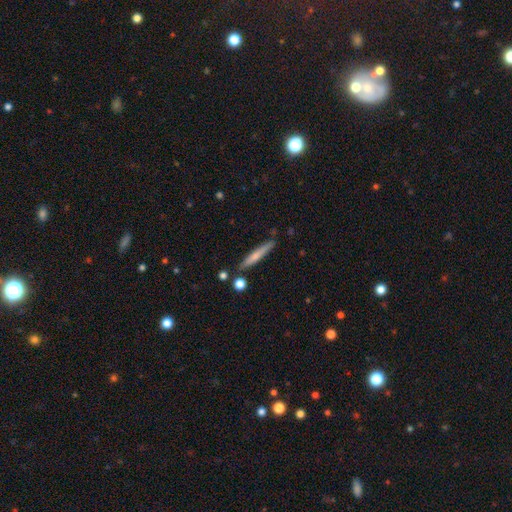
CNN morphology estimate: smooth 59%, featured or disk 35%, star or artifact 6%. Down the decision tree: how rounded — cigar-shaped (94%); merging — none (81%).